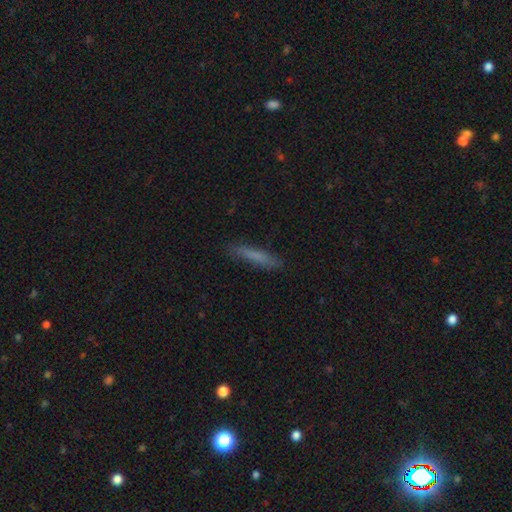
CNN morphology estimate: Smooth or featured? Predicted: smooth (p=0.73). How rounded? Predicted: cigar-shaped (p=0.91). Merging? Predicted: none (p=0.85).